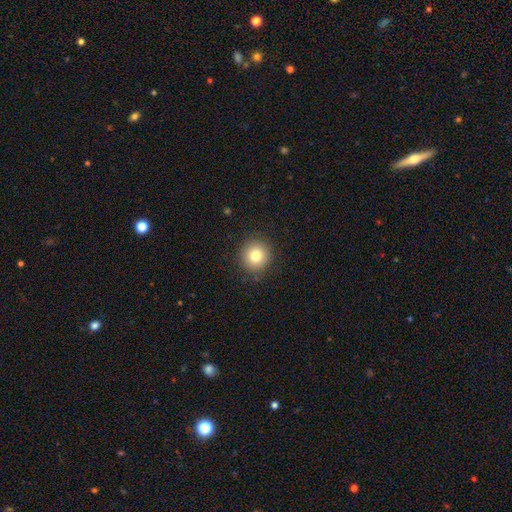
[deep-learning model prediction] Smooth or featured? Predicted: smooth (p=0.79). How rounded? Predicted: round (p=0.94). Merging? Predicted: none (p=0.90).